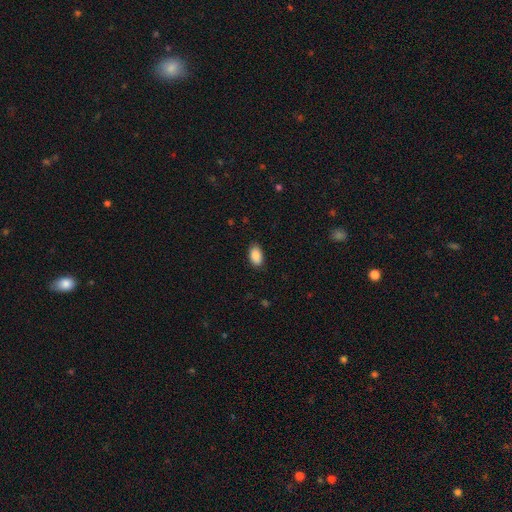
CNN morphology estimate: A smooth galaxy with no disk features (90%) that is in between round and cigar-shaped (93%).

Vote fractions:
- Smooth or featured? smooth: 90% / star or artifact: 7% / featured or disk: 4%
- How rounded? in between: 93% / round: 5% / cigar-shaped: 2%
- Merging? none: 86% / minor disturbance: 10% / major disturbance: 2% / merger: 1%